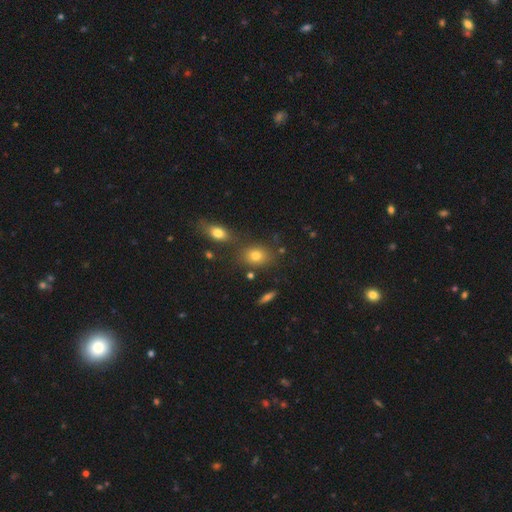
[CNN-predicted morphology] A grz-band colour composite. It shows a smooth galaxy with no disk features (76%) that is in between round and cigar-shaped (59%). Merging: none (71%).